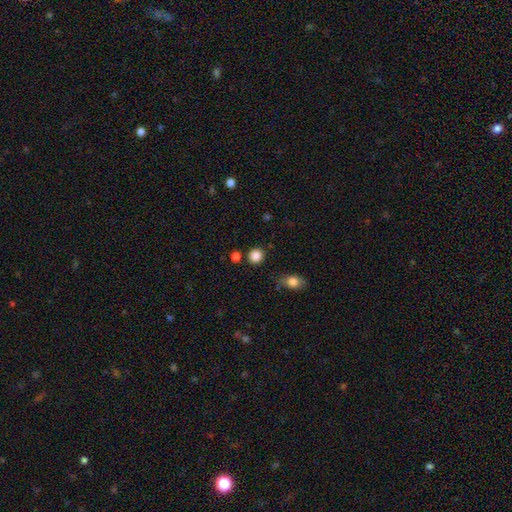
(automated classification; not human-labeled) Smooth or featured? smooth (85%)
How rounded? round (89%)
Merging? none (85%)